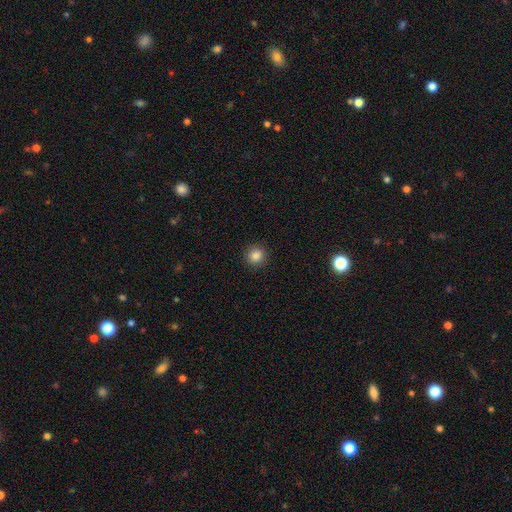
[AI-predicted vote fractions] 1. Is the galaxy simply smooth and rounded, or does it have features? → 85% smooth, 11% star or artifact, 4% featured or disk.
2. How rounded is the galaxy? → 94% round, 5% in between, 1% cigar-shaped.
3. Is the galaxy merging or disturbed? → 92% none, 5% minor disturbance, 2% major disturbance, 1% merger.